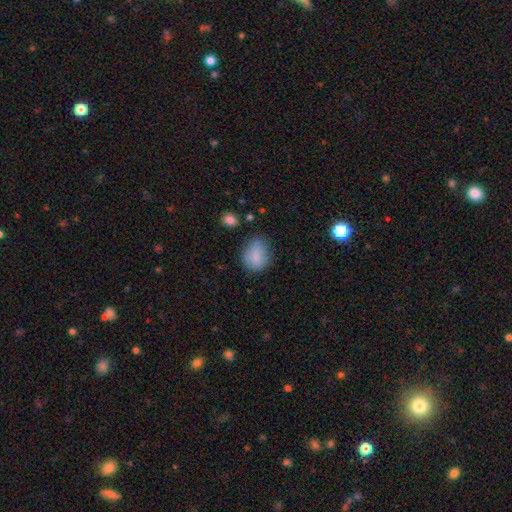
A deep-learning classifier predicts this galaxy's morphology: Smooth or featured? smooth (81%)
How rounded? in between (58%)
Merging? none (64%)